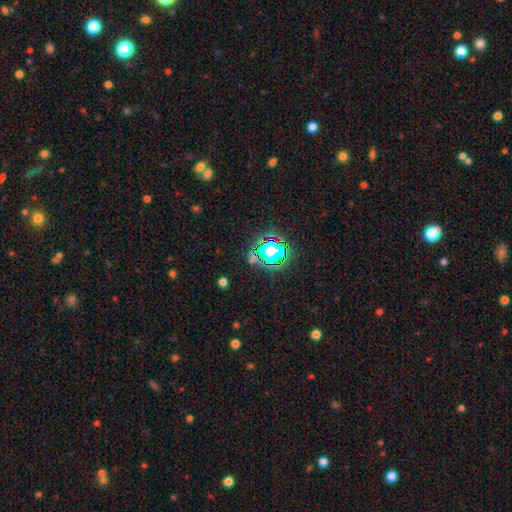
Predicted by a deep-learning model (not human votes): Q: Smooth or featured?
A: star or artifact (69%); runner-up: smooth (21%)